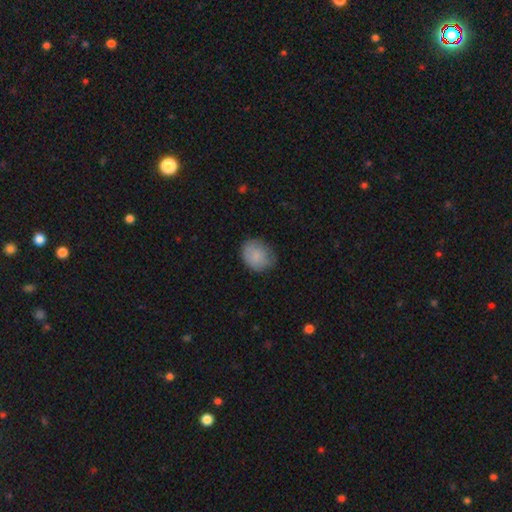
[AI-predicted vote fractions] A smooth galaxy with no disk features (85%) that is round (52%).

Vote fractions:
- Smooth or featured? smooth: 85% / featured or disk: 8% / star or artifact: 7%
- How rounded? round: 52% / in between: 47% / cigar-shaped: 1%
- Merging? none: 70% / minor disturbance: 24% / major disturbance: 5% / merger: 1%